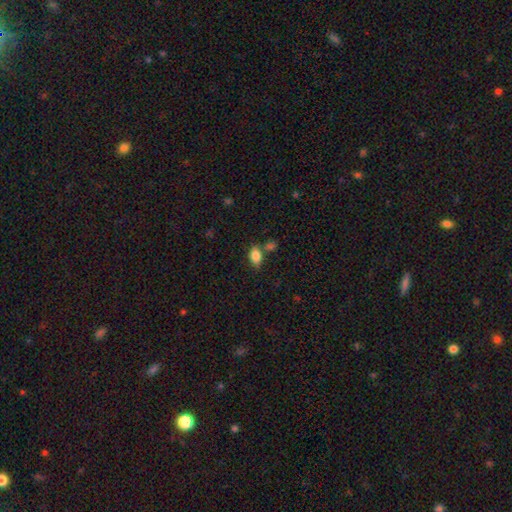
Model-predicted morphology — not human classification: smooth-or-featured: smooth: 85% | star or artifact: 9% | featured or disk: 6%
  how-rounded: in between: 88% | round: 9% | cigar-shaped: 3%
  merging: none: 63% | merger: 18% | minor disturbance: 15% | major disturbance: 5%